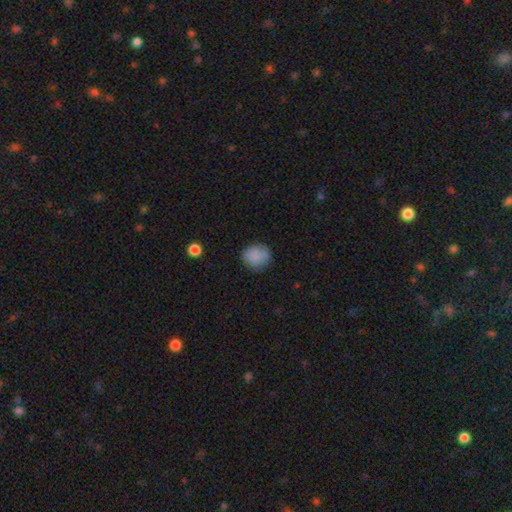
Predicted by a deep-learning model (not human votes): This appears to be a smooth galaxy with no disk features (85%) that is round (82%). Merging: none (79%).